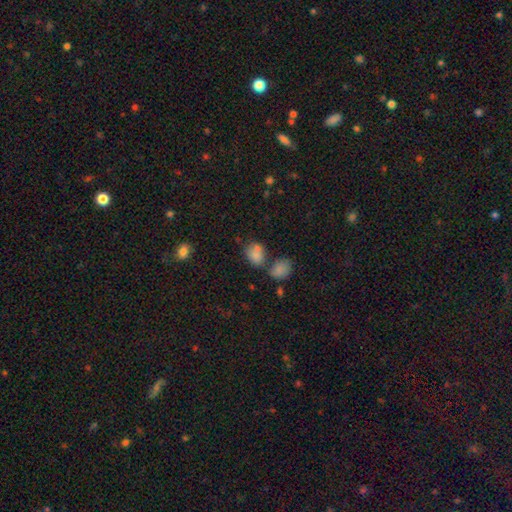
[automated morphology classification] Smooth or featured? Predicted: smooth (p=0.74). How rounded? Predicted: in between (p=0.51). Merging? Predicted: none (p=0.46).